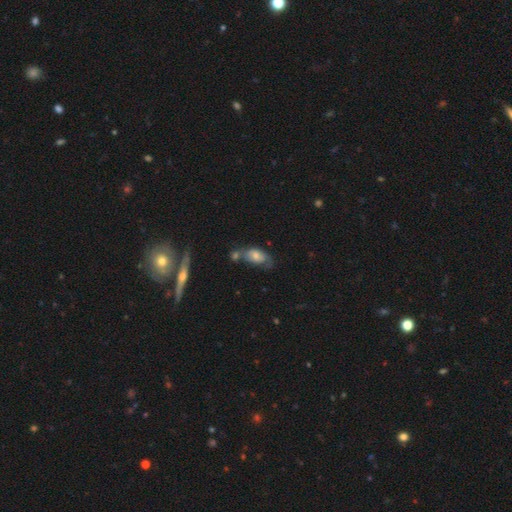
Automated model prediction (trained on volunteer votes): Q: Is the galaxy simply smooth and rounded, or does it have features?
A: smooth — 63%.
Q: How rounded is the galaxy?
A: in between — 87%.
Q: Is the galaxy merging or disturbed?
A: merger — 33%.